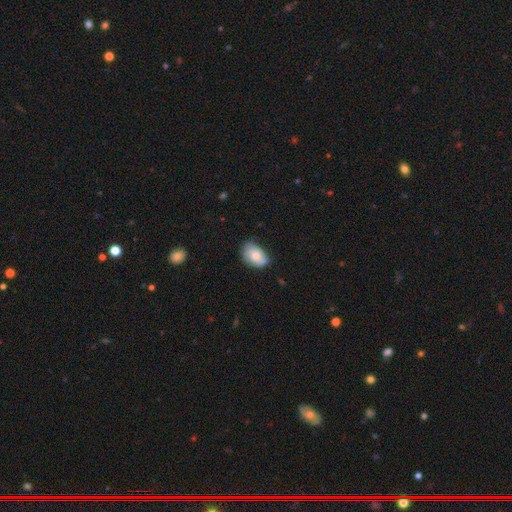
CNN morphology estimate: Smooth or featured: smooth — 74% (featured or disk — 19%)
How rounded: in between — 84% (round — 15%)
Merging: none — 53% (minor disturbance — 36%)